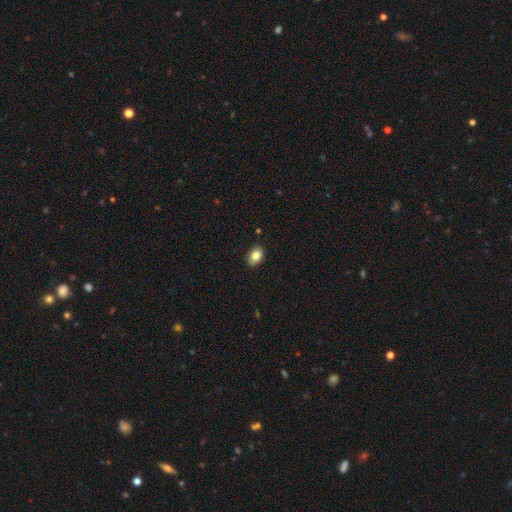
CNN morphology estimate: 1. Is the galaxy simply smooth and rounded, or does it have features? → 83% smooth, 9% featured or disk, 8% star or artifact.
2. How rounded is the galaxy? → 82% in between, 16% round, 1% cigar-shaped.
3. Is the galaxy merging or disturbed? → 88% none, 9% minor disturbance, 2% major disturbance, 1% merger.